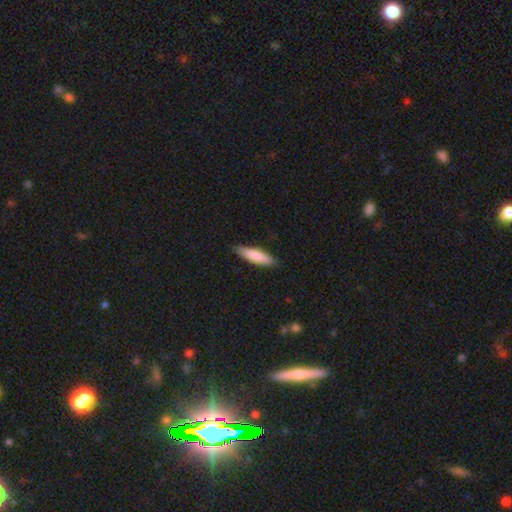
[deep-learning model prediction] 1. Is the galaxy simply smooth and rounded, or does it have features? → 81% smooth, 14% featured or disk, 5% star or artifact.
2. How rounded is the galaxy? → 67% cigar-shaped, 31% in between, 1% round.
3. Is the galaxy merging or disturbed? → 85% none, 12% minor disturbance, 2% major disturbance, 1% merger.